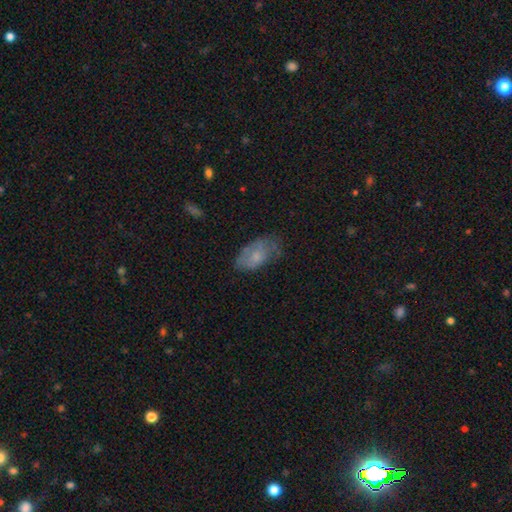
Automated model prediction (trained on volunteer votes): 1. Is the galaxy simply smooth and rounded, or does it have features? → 61% smooth, 32% featured or disk, 8% star or artifact.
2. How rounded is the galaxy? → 92% in between, 5% round, 3% cigar-shaped.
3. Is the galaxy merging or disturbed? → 53% none, 32% minor disturbance, 13% major disturbance, 2% merger.